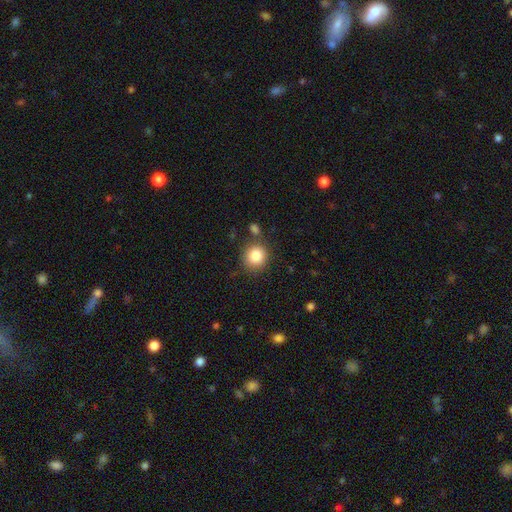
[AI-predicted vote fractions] smooth-or-featured: smooth: 85% | star or artifact: 9% | featured or disk: 6%
  how-rounded: round: 88% | in between: 11% | cigar-shaped: 1%
  merging: none: 79% | minor disturbance: 11% | merger: 7% | major disturbance: 4%